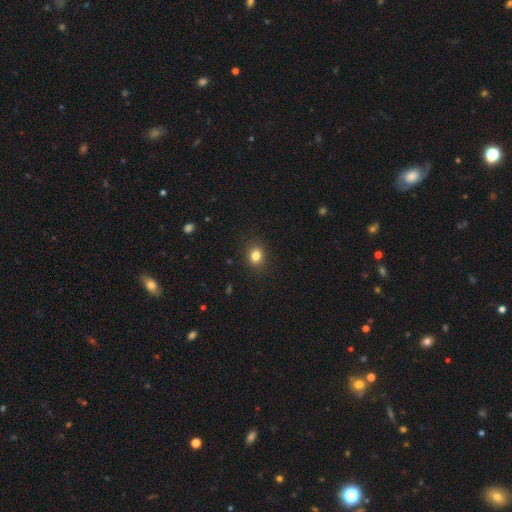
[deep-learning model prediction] Smooth or featured? smooth (82%)
How rounded? round (56%)
Merging? none (88%)